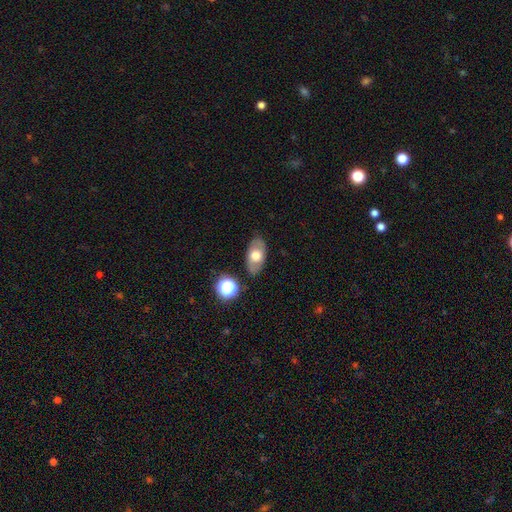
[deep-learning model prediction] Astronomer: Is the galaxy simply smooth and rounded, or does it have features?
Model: smooth — 57% (runner-up: featured or disk, 35%).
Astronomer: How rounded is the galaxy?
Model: in between — 89%.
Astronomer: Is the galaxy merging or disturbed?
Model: none — 83%.